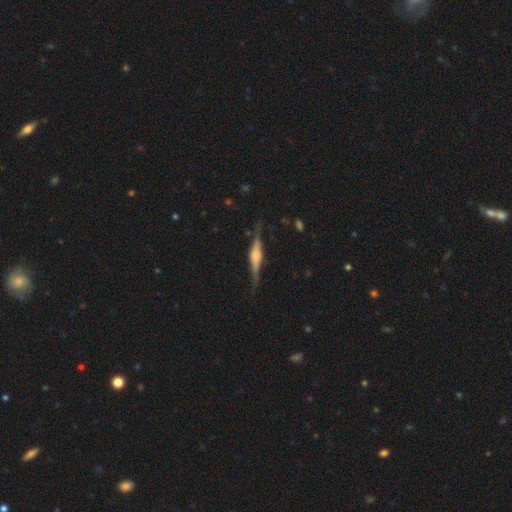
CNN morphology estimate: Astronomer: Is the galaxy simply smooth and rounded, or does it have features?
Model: featured or disk — 74%.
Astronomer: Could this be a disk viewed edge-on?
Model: yes — 97%.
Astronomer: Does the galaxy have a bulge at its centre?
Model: rounded — 65%.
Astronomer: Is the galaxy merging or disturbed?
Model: none — 82%.